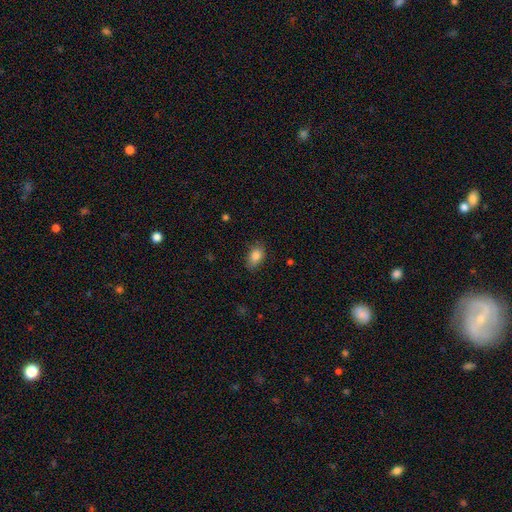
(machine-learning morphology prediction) Smooth or featured? Predicted: smooth (p=0.85). How rounded? Predicted: in between (p=0.85). Merging? Predicted: none (p=0.82).